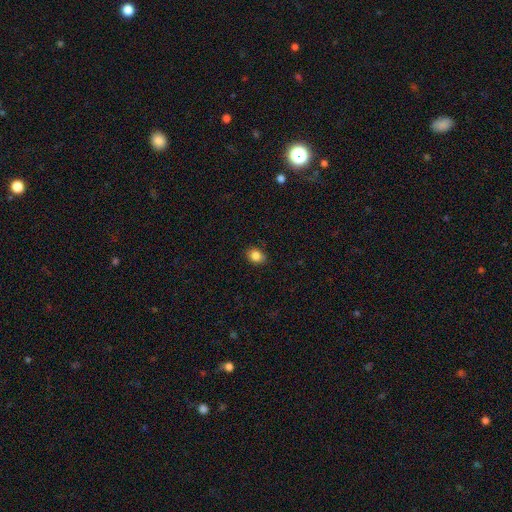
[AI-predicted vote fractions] Smooth or featured? smooth (85%)
How rounded? in between (55%)
Merging? none (86%)